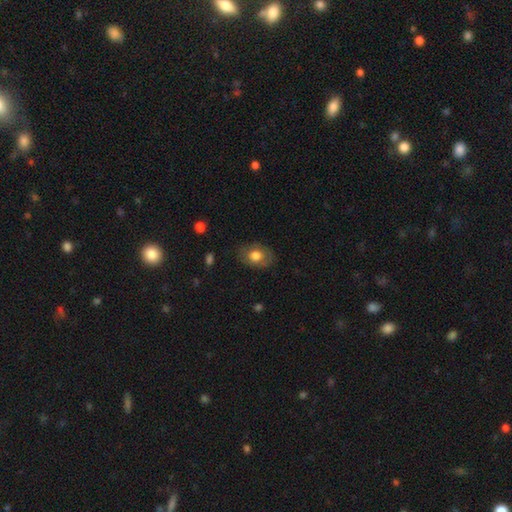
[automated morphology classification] Overall: smooth (67%). How rounded: in between (72%). Merging: none (78%).